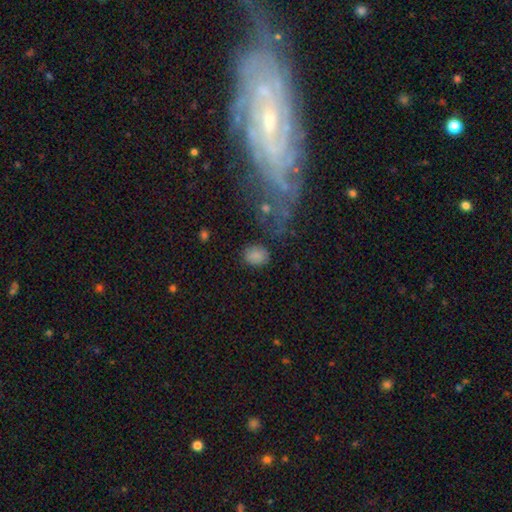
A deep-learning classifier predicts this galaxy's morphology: Smooth or featured? smooth (83%)
How rounded? in between (60%)
Merging? none (79%)